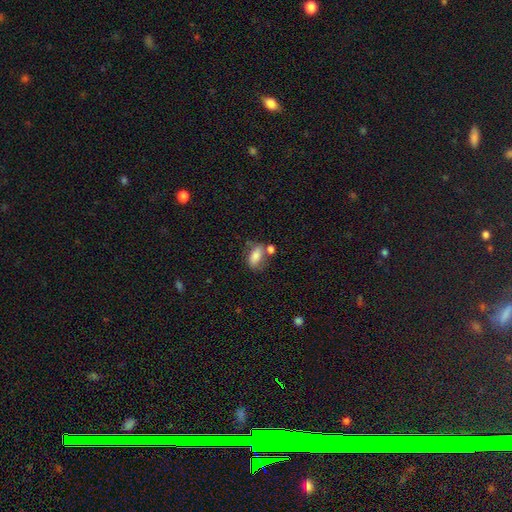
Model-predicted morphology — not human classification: A smooth galaxy with no disk features (75%) that is in between round and cigar-shaped (85%).

Vote fractions:
- Smooth or featured? smooth: 75% / featured or disk: 16% / star or artifact: 9%
- How rounded? in between: 85% / round: 8% / cigar-shaped: 7%
- Merging? none: 48% / merger: 21% / minor disturbance: 21% / major disturbance: 10%